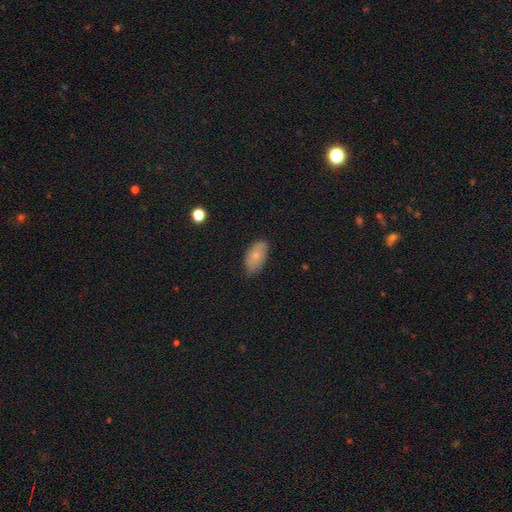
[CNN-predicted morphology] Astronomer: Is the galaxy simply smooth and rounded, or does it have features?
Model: smooth — 68%.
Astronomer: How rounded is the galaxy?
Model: in between — 92%.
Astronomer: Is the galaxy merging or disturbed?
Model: none — 67%.